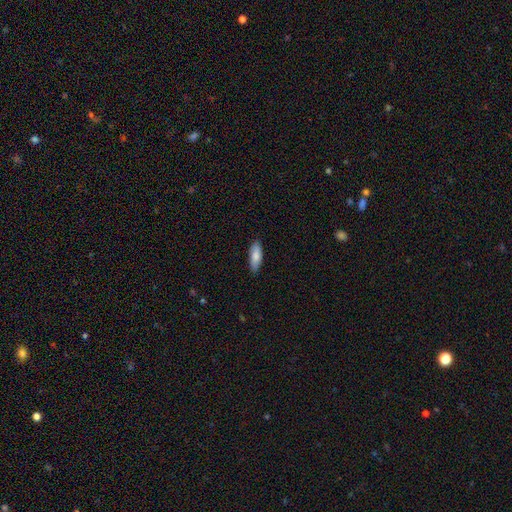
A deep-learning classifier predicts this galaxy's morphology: smooth 84%, featured or disk 10%, star or artifact 6%. Down the decision tree: how rounded — in between (64%); merging — none (87%).